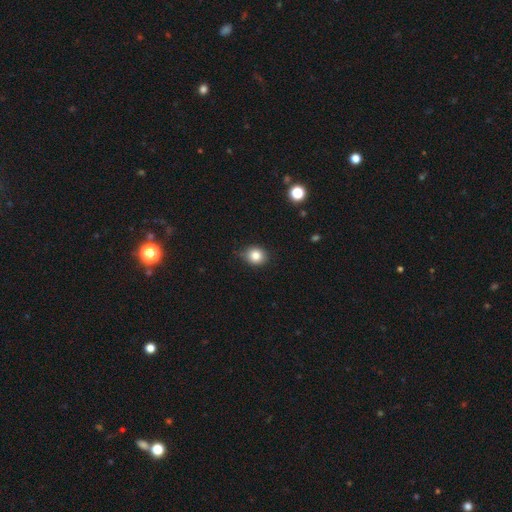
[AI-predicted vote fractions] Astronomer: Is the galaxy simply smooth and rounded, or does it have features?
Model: smooth — 83%.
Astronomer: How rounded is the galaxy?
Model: round — 73%.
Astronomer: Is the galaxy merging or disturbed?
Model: none — 79%.